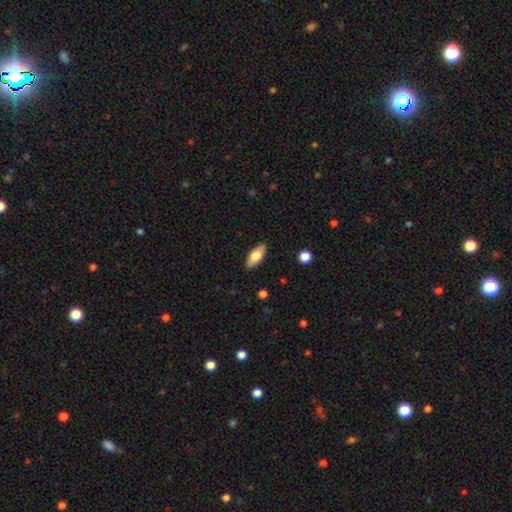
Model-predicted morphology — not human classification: smooth-or-featured: smooth: 74% | featured or disk: 20% | star or artifact: 6%
  how-rounded: in between: 86% | cigar-shaped: 12% | round: 2%
  merging: none: 87% | minor disturbance: 10% | major disturbance: 2% | merger: 1%